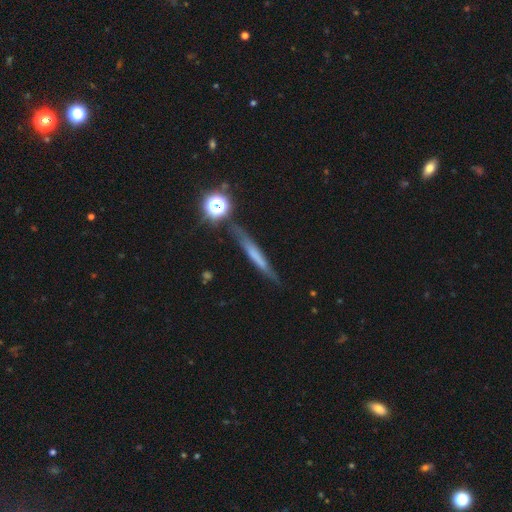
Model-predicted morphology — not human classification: Overall: smooth (46%; featured or disk 42%). Merging: none (77%).